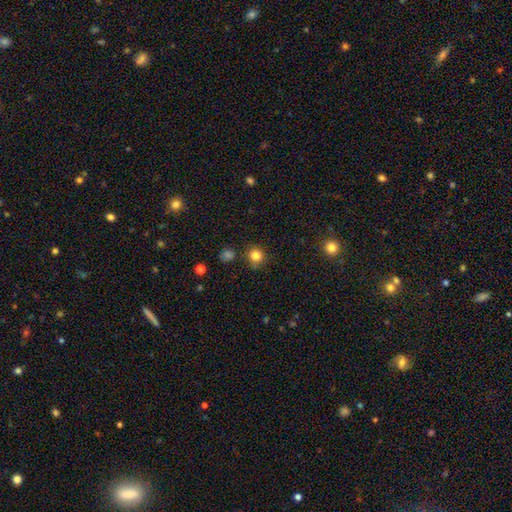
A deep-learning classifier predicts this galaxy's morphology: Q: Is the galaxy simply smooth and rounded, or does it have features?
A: smooth — 83%.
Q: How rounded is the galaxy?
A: round — 90%.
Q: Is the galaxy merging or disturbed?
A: none — 82%.